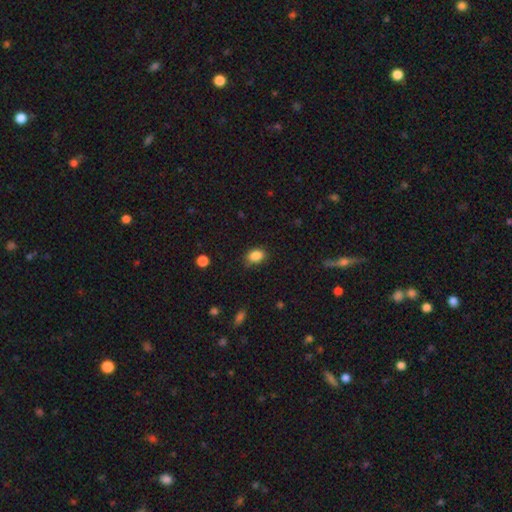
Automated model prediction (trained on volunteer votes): Morphology: type=smooth (86%); roundness=in between (74%); merging=none (78%).